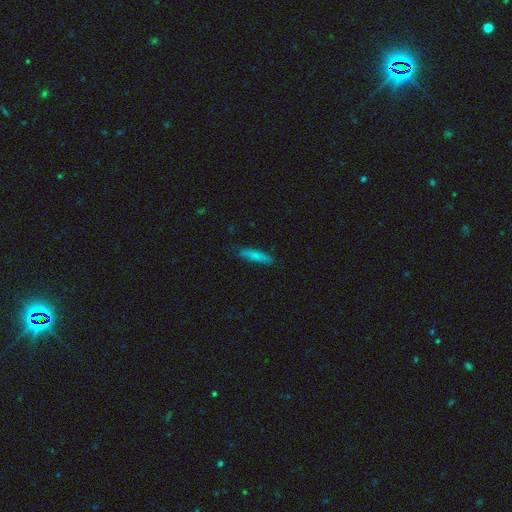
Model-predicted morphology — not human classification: A smooth galaxy with no disk features (76%) that is cigar-shaped (83%).

Vote fractions:
- Smooth or featured? smooth: 76% / featured or disk: 18% / star or artifact: 6%
- How rounded? cigar-shaped: 83% / in between: 15% / round: 2%
- Merging? none: 82% / minor disturbance: 14% / major disturbance: 2% / merger: 1%